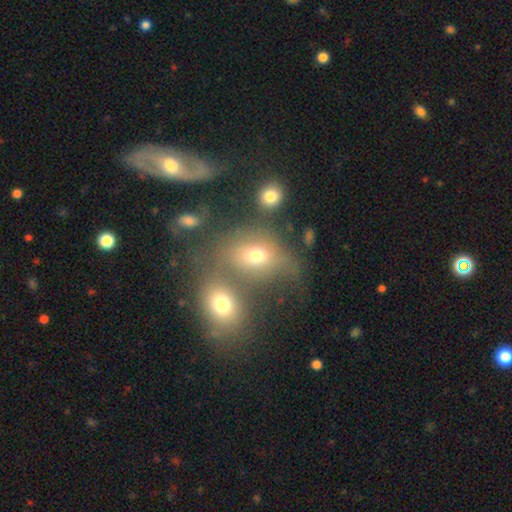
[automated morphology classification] smooth_or_featured: smooth (p=0.65) [alt: featured or disk p=0.20]
how_rounded: in between (p=0.60) [alt: round p=0.38]
merging: merger (p=0.48) [alt: none p=0.28]